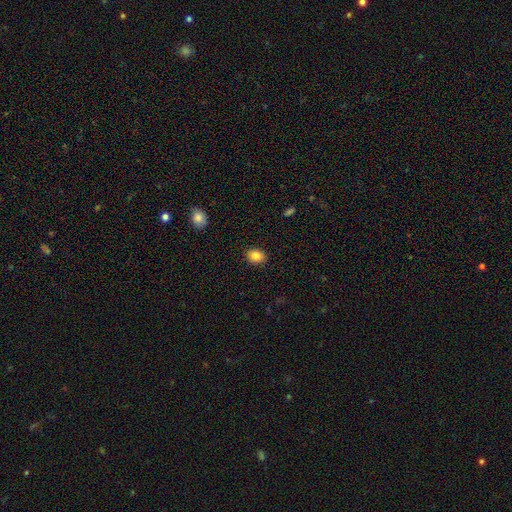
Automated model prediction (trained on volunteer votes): Smooth or featured?
  - smooth: 85% *
  - star or artifact: 9%
  - featured or disk: 5%
How rounded?
  - in between: 57% *
  - round: 42%
  - cigar-shaped: 1%
Merging?
  - none: 89% *
  - minor disturbance: 8%
  - major disturbance: 2%
  - merger: 1%